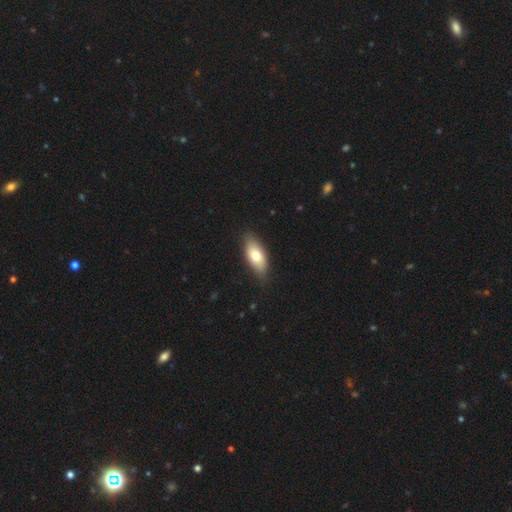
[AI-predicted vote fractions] Smooth or featured? smooth (74%)
How rounded? in between (86%)
Merging? none (82%)